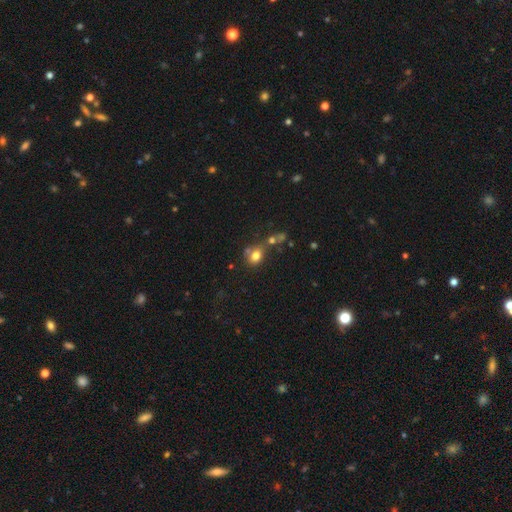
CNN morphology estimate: A smooth galaxy with no disk features (76%) that is round (54%). Merging: none (44%).